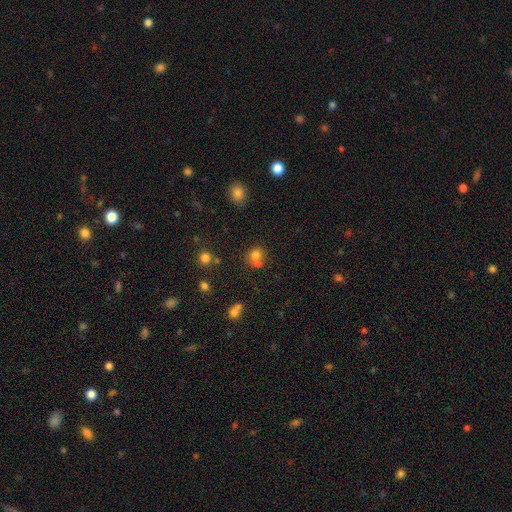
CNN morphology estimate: smooth-or-featured: smooth: 76% | star or artifact: 14% | featured or disk: 10%
  how-rounded: round: 81% | in between: 18% | cigar-shaped: 1%
  merging: none: 49% | merger: 37% | minor disturbance: 10% | major disturbance: 4%